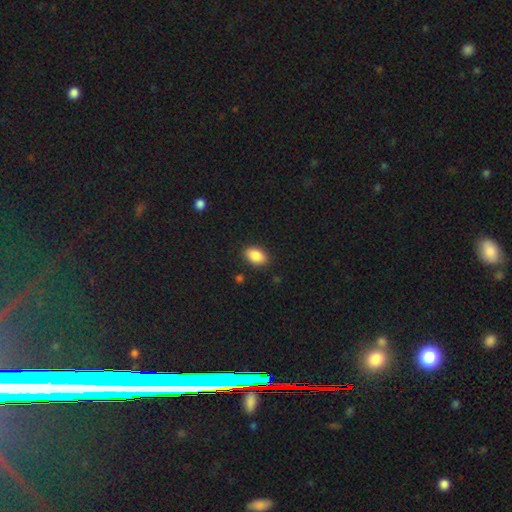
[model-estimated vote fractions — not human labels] smooth-or-featured: smooth: 88% | star or artifact: 7% | featured or disk: 4%
  how-rounded: in between: 89% | round: 10% | cigar-shaped: 1%
  merging: none: 87% | minor disturbance: 9% | major disturbance: 2% | merger: 1%